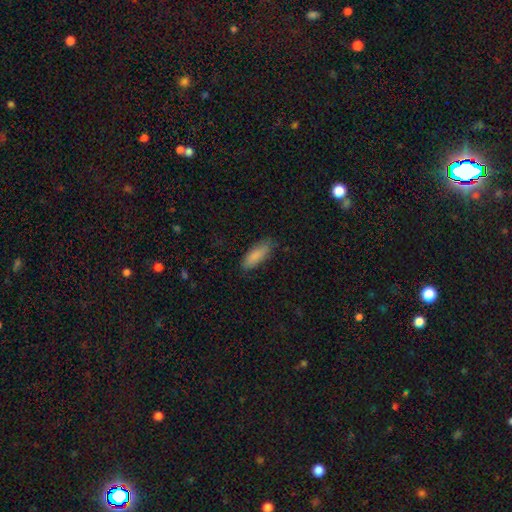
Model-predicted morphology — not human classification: Smooth or featured? Predicted: smooth (p=0.87). How rounded? Predicted: in between (p=0.59). Merging? Predicted: none (p=0.80).